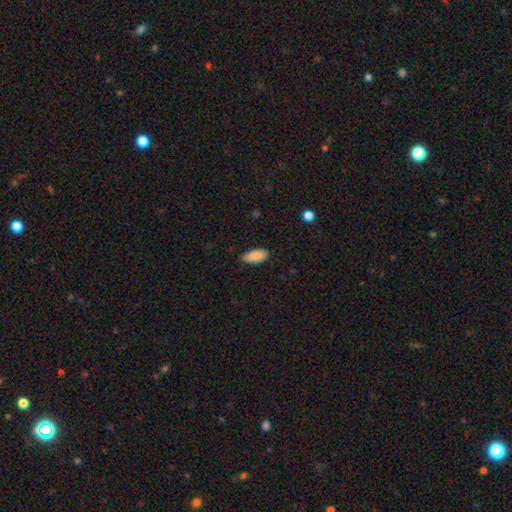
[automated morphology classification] Smooth or featured? Predicted: smooth (p=0.89). How rounded? Predicted: in between (p=0.90). Merging? Predicted: none (p=0.82).